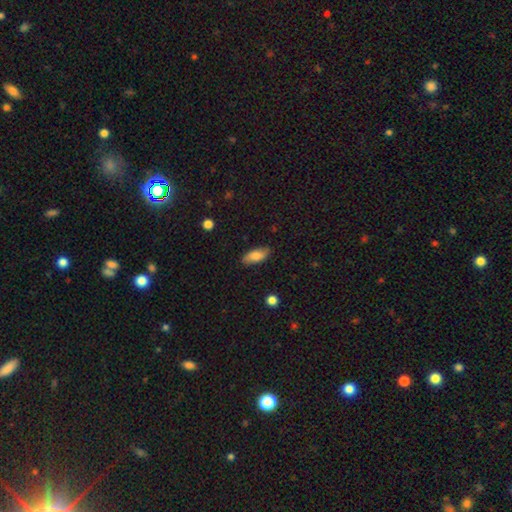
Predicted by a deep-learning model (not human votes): smooth_or_featured: smooth (p=0.81) [alt: featured or disk p=0.12]
how_rounded: in between (p=0.84) [alt: cigar-shaped p=0.13]
merging: none (p=0.85) [alt: minor disturbance p=0.12]